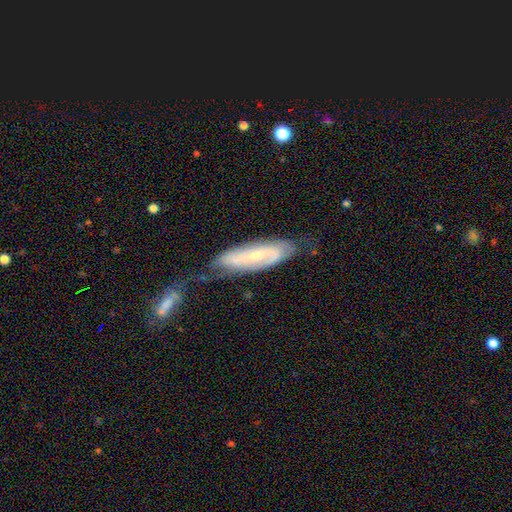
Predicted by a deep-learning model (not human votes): Overall: featured or disk (74%). Edge-on disk: no (84%). Bar: weak (38%; no 35%). Spiral arms: yes (89%). Spiral arm count: 2 (76%). Spiral winding: medium (41%; tight 37%). Bulge size: small (62%; moderate 33%). Merging: none (50%; minor disturbance 25%).